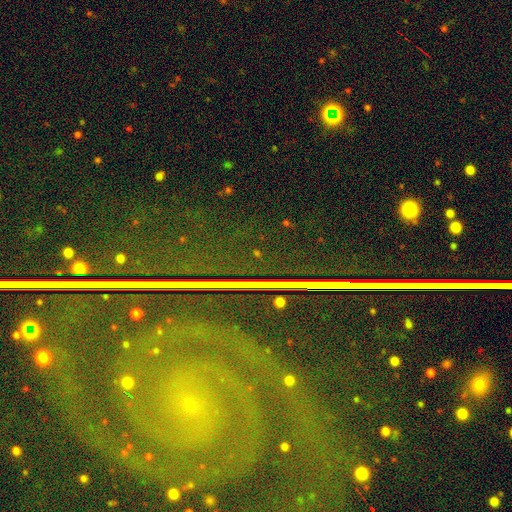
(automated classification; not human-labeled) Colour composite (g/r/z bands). It shows a star or artifact, not a galaxy (47%).